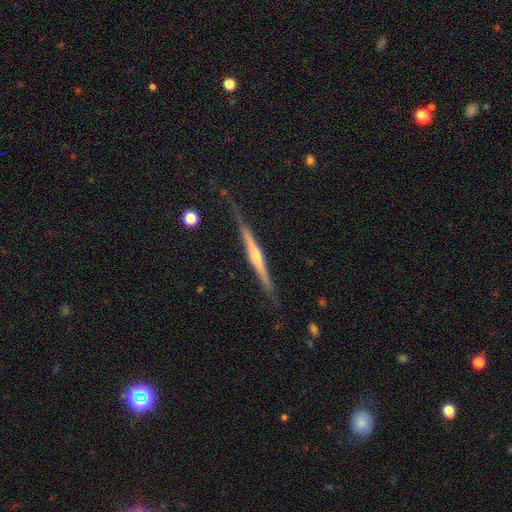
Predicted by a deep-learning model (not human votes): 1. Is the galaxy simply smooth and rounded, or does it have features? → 75% featured or disk, 20% smooth, 6% star or artifact.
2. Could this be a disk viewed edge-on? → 98% yes, 2% no.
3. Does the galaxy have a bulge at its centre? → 71% rounded, 20% none, 9% boxy.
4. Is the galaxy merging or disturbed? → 78% none, 17% minor disturbance, 4% major disturbance, 2% merger.